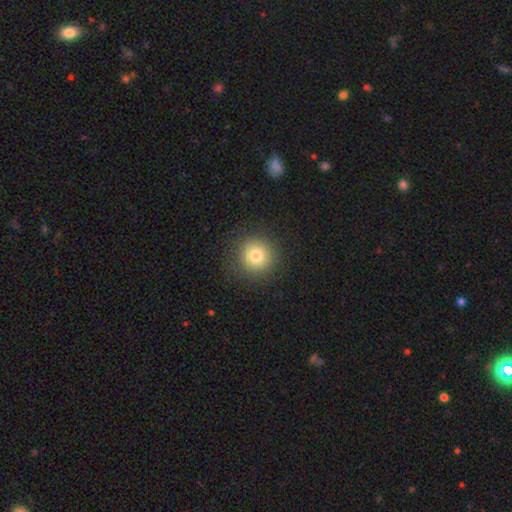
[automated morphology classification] Smooth or featured? smooth (79%)
How rounded? round (94%)
Merging? none (88%)